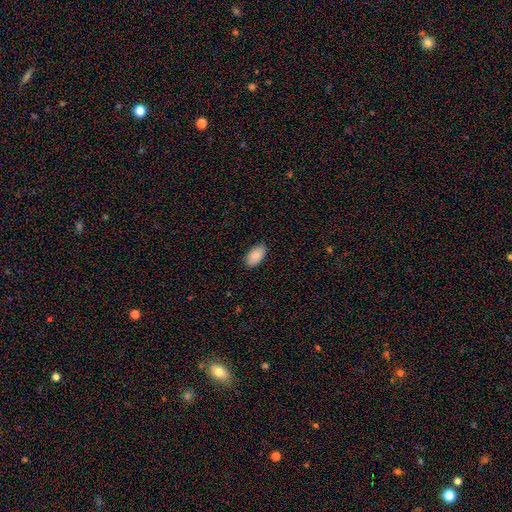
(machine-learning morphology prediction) Smooth or featured? smooth (88%)
How rounded? in between (95%)
Merging? none (85%)